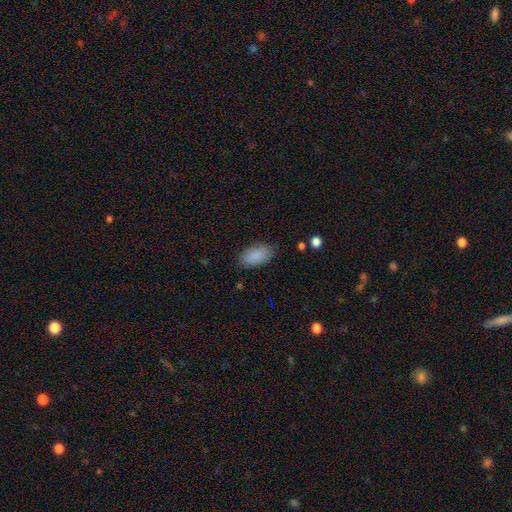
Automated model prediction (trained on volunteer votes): Smooth or featured?
  - smooth: 87% *
  - featured or disk: 7%
  - star or artifact: 6%
How rounded?
  - in between: 94% *
  - round: 3%
  - cigar-shaped: 3%
Merging?
  - none: 81% *
  - minor disturbance: 15%
  - major disturbance: 3%
  - merger: 1%